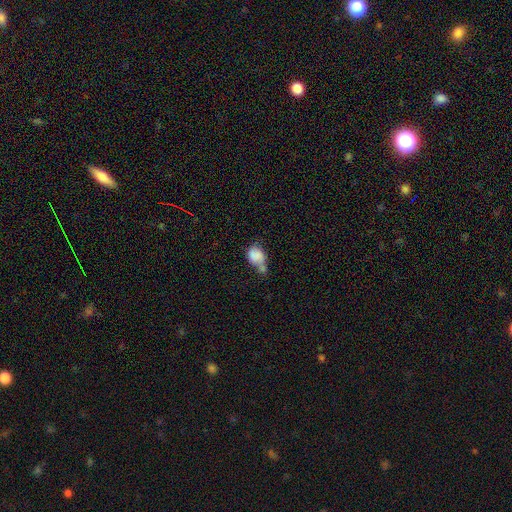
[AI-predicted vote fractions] This appears to be a smooth galaxy with no disk features (74%) that is in between round and cigar-shaped (57%). Merging: merger (45%).